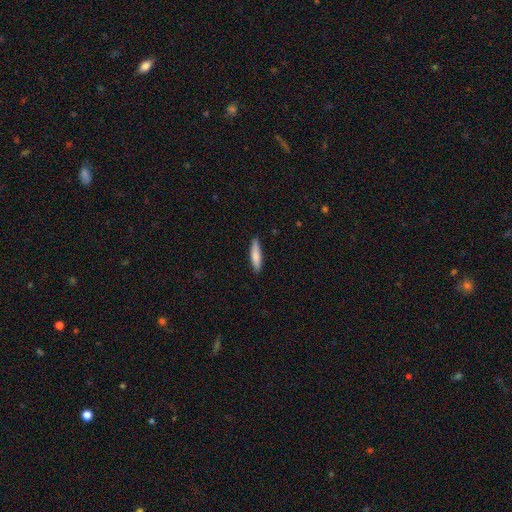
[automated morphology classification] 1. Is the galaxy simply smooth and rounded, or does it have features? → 82% smooth, 13% featured or disk, 6% star or artifact.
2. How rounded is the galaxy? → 77% cigar-shaped, 21% in between, 1% round.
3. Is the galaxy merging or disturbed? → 88% none, 9% minor disturbance, 2% major disturbance, 1% merger.